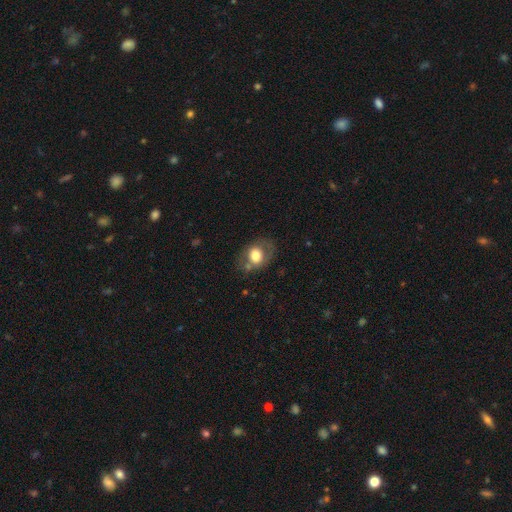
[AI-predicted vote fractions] This appears to be a smooth galaxy with no disk features (66%) that is in between round and cigar-shaped (50%). Merging: none (61%).